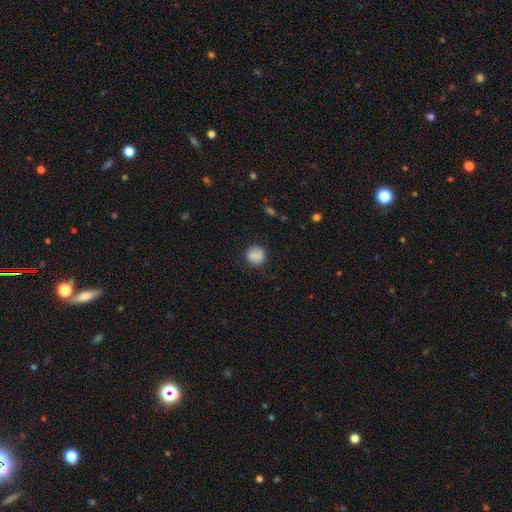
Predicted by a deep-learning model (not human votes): This is clearly a smooth galaxy (85%). How rounded: clearly round (86%). Merging: clearly none (83%).